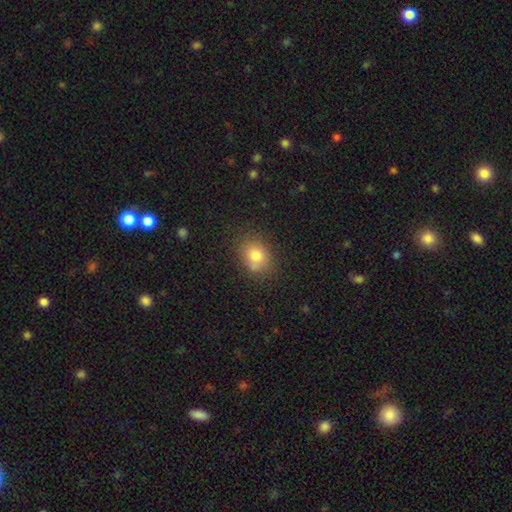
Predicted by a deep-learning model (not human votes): This appears to be a smooth galaxy with no disk features (79%) that is round (54%). Merging: none (71%).